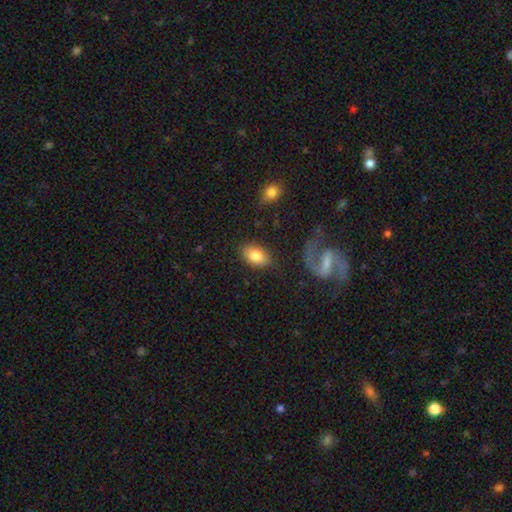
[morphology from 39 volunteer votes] Smooth or featured?
  - smooth: 82% *
  - featured or disk: 15%
  - star or artifact: 3%
How rounded?
  - in between: 84% *
  - round: 16%
  - cigar-shaped: 0%
Merging?
  - none: 87% *
  - major disturbance: 11%
  - minor disturbance: 3%
  - merger: 0%